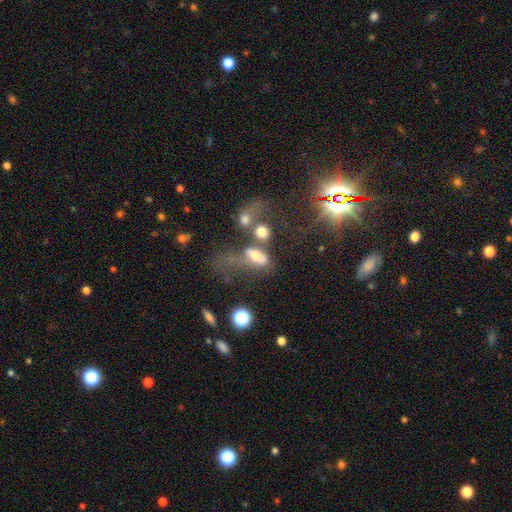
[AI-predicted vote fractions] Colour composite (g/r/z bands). It shows a smooth galaxy with no disk features (58%) that is in between round and cigar-shaped (76%). Merging: merger (48%).